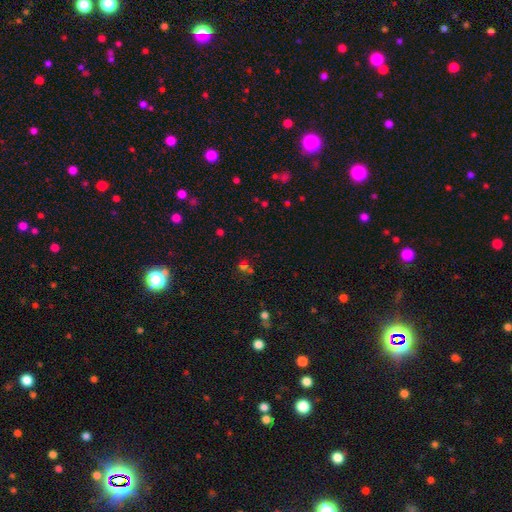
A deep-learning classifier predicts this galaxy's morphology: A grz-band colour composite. It shows a smooth galaxy with no disk features (49%). Merging: none (58%).